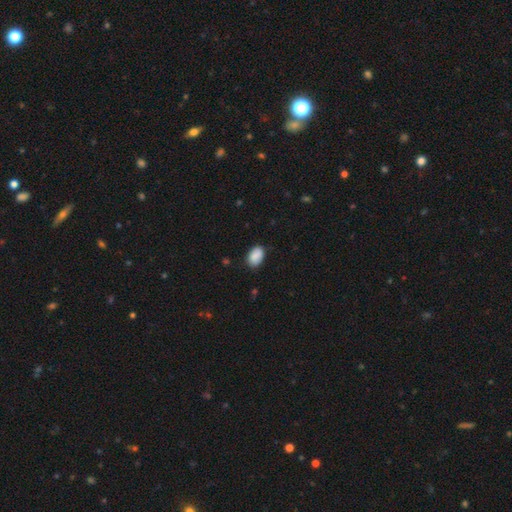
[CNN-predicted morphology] Smooth or featured? smooth (87%)
How rounded? in between (88%)
Merging? none (80%)